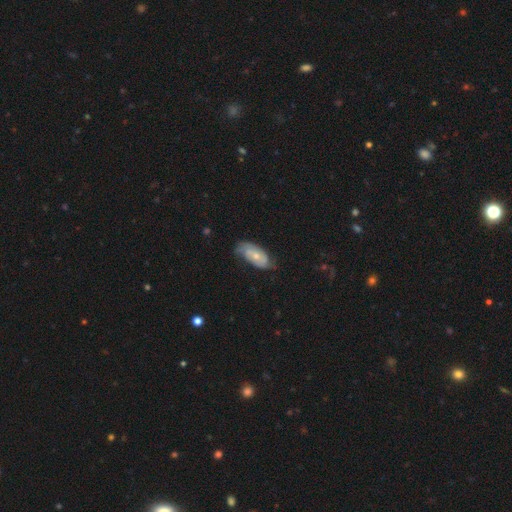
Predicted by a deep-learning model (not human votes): This is possibly a featured or disk galaxy (52%). It is clearly not viewed edge-on (92%). Merging: possibly none (54%).